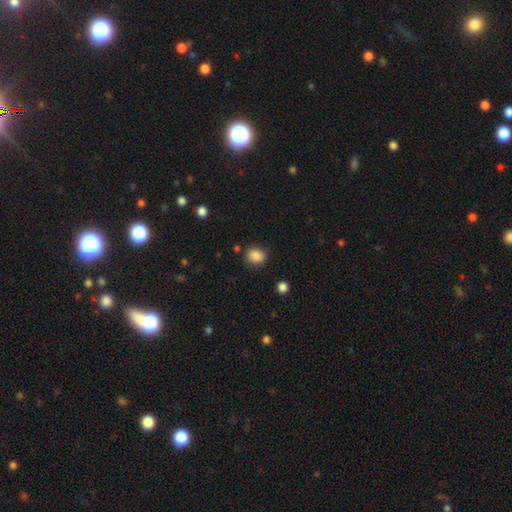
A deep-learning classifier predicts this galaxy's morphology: This is clearly a smooth galaxy (86%). How rounded: likely round (74%). Merging: clearly none (85%).